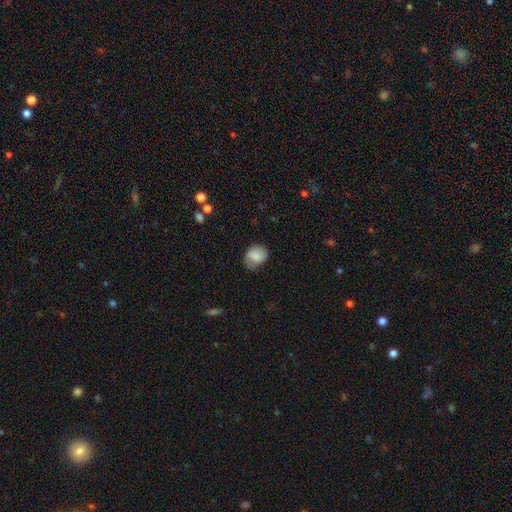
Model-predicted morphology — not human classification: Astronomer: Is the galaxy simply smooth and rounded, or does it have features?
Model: smooth — 72%.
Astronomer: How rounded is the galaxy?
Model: round — 59% (runner-up: in between, 40%).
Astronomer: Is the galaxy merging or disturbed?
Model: none — 51% (runner-up: minor disturbance, 33%).